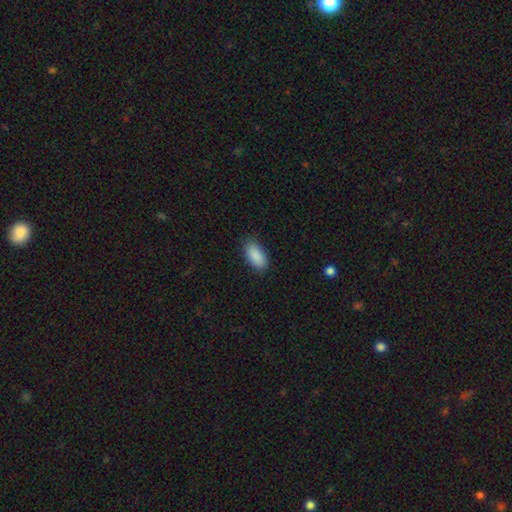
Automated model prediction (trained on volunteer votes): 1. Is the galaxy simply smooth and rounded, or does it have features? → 90% smooth, 7% star or artifact, 4% featured or disk.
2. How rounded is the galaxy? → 91% in between, 6% cigar-shaped, 3% round.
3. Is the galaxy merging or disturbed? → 84% none, 12% minor disturbance, 3% major disturbance, 1% merger.